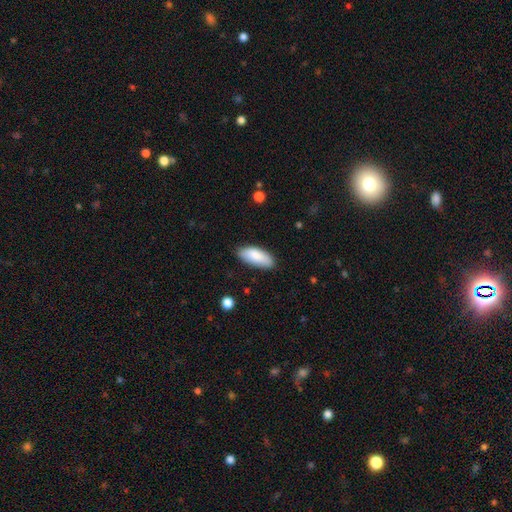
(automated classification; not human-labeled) A smooth galaxy with no disk features (86%) that is in between round and cigar-shaped (82%).

Vote fractions:
- Smooth or featured? smooth: 86% / featured or disk: 8% / star or artifact: 6%
- How rounded? in between: 82% / cigar-shaped: 16% / round: 2%
- Merging? none: 82% / minor disturbance: 14% / major disturbance: 2% / merger: 1%